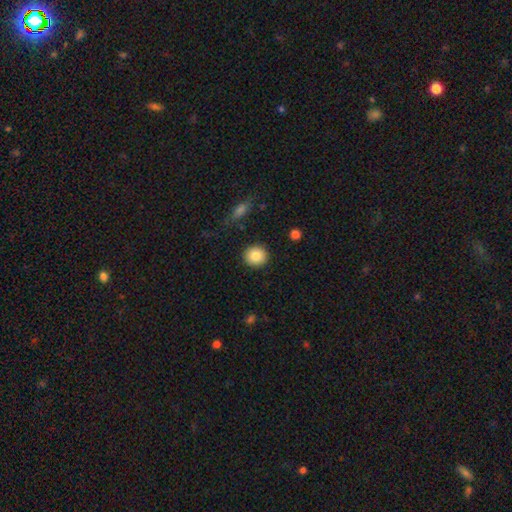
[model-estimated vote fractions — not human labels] Smooth or featured? smooth (85%)
How rounded? round (88%)
Merging? none (90%)